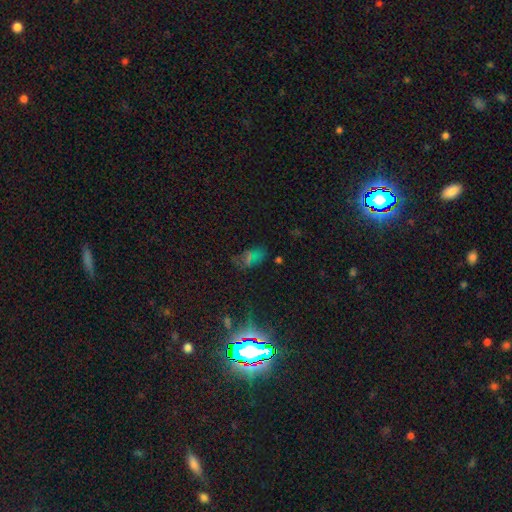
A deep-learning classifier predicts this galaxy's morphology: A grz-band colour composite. It shows a star or artifact, not a galaxy (48%).